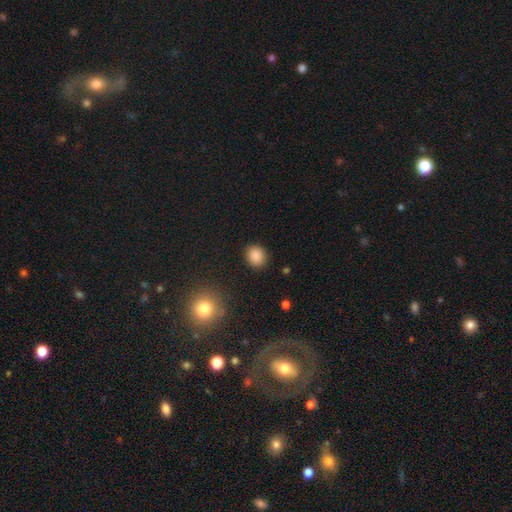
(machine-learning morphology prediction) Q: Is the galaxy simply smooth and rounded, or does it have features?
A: smooth — 87%.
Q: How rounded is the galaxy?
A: round — 71%.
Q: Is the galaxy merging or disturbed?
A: none — 88%.